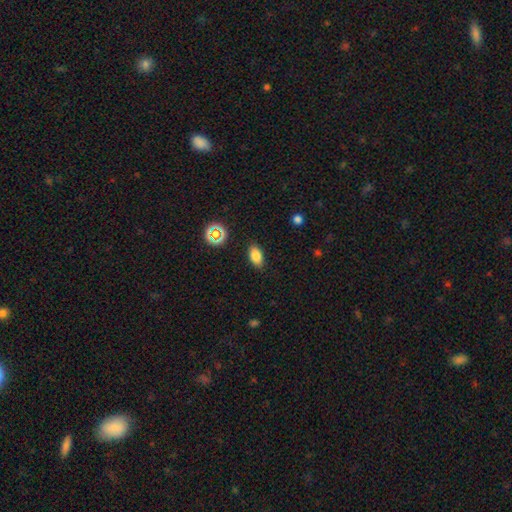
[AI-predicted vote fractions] This is clearly a smooth galaxy (81%). How rounded: clearly in between (89%). Merging: clearly none (86%).